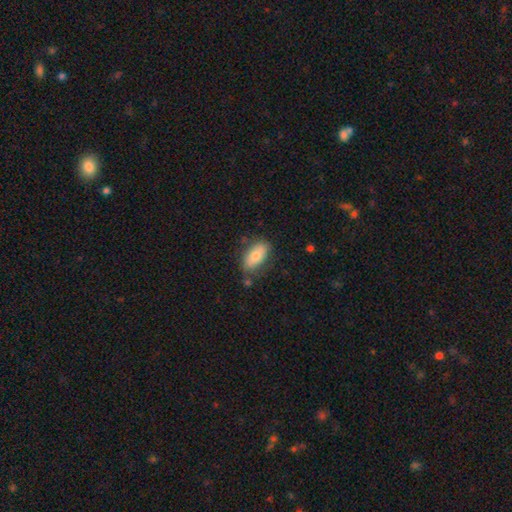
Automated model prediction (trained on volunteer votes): This appears to be a smooth galaxy with no disk features (75%) that is in between round and cigar-shaped (92%). Merging: none (72%).